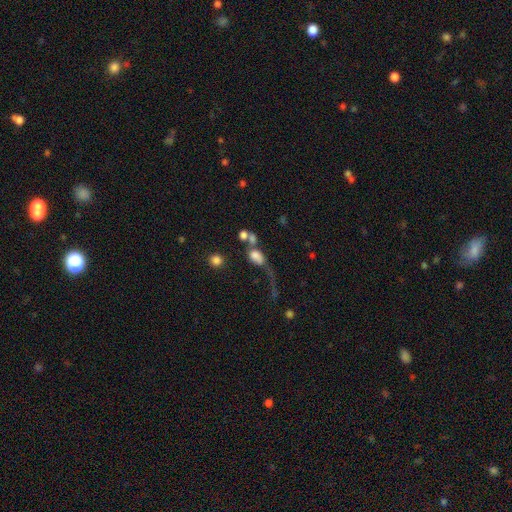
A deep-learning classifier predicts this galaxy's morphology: Overall: smooth (66%). How rounded: in between (74%). Merging: merger (40%; major disturbance 30%).